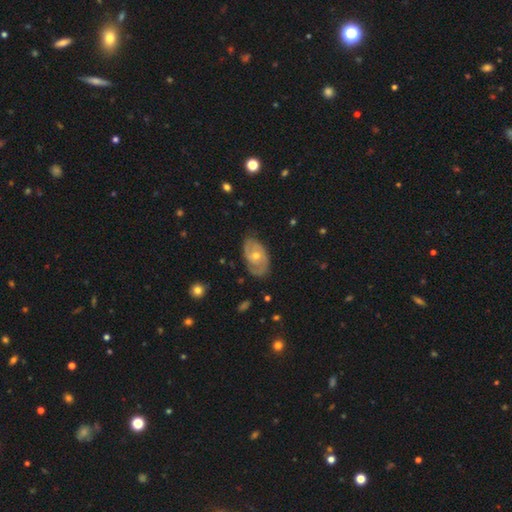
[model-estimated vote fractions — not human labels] Smooth or featured: featured or disk — 76% (smooth — 17%)
Edge-on disk: no — 95% (yes — 5%)
Bar: no — 67% (weak — 28%)
Spiral arms: yes — 88% (no — 12%)
Spiral winding: tight — 53% (medium — 35%)
Spiral arm count: 2 — 64% (can't tell — 21%)
Bulge size: moderate — 54% (small — 42%)
Merging: none — 77% (minor disturbance — 17%)